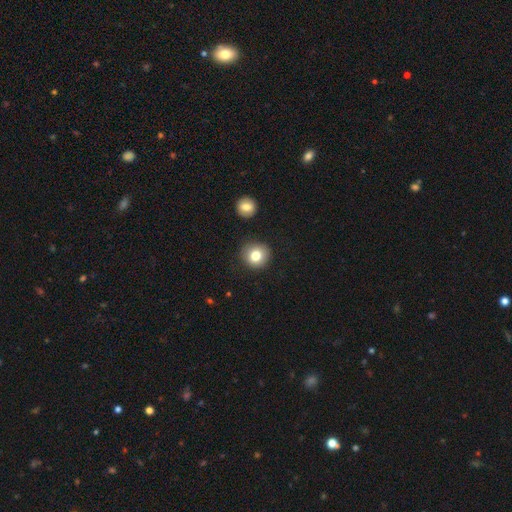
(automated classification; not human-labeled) This is likely a smooth galaxy (80%). How rounded: clearly round (91%). Merging: clearly none (86%).